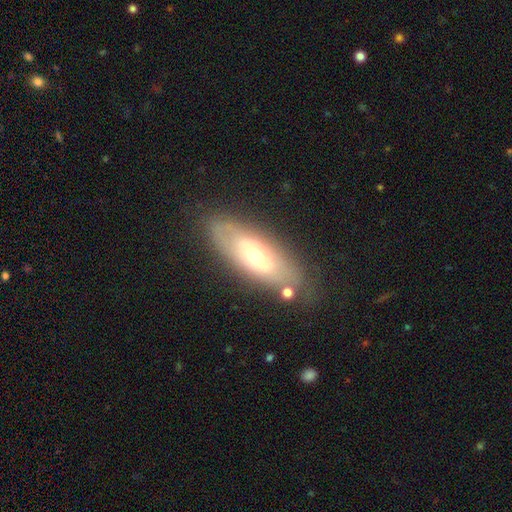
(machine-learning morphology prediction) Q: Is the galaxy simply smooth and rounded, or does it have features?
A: featured or disk — 52%.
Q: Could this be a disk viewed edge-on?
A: no — 75%.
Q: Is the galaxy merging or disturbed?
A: none — 76%.